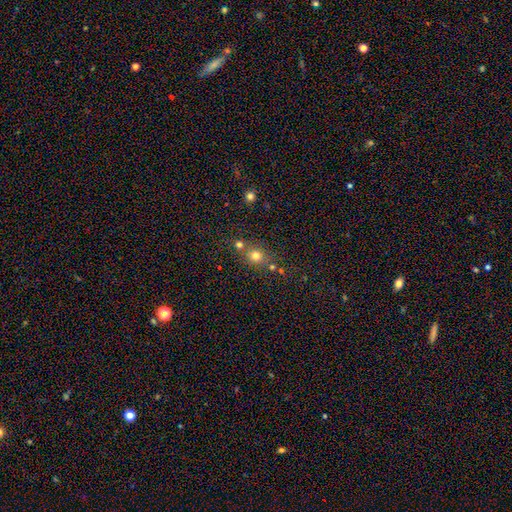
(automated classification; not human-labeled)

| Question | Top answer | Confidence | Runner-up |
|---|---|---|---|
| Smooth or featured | smooth | 74% | star or artifact (17%) |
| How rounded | round | 80% | in between (19%) |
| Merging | none | 65% | merger (21%) |